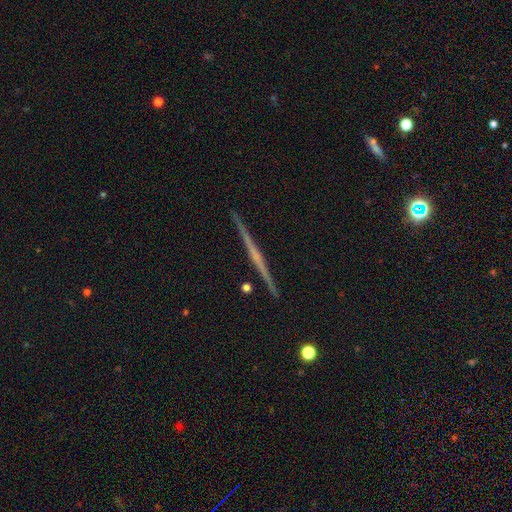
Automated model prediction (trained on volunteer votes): Overall: featured or disk (74%). Edge-on disk: yes (98%). Edge-on bulge: none (64%; rounded 27%). Merging: none (93%).